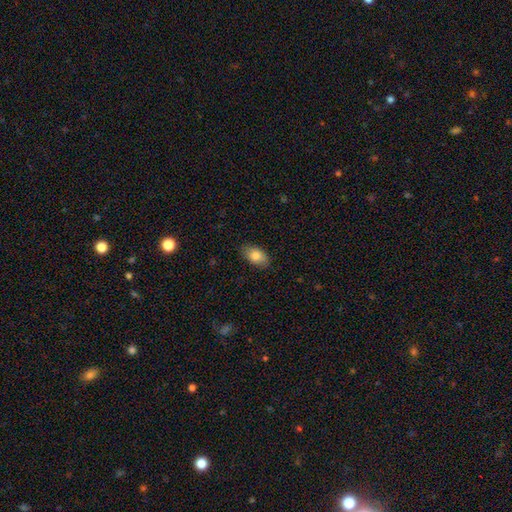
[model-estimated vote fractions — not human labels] Smooth or featured?
  - smooth: 82% *
  - featured or disk: 11%
  - star or artifact: 7%
How rounded?
  - in between: 91% *
  - round: 7%
  - cigar-shaped: 2%
Merging?
  - none: 85% *
  - minor disturbance: 11%
  - major disturbance: 2%
  - merger: 1%